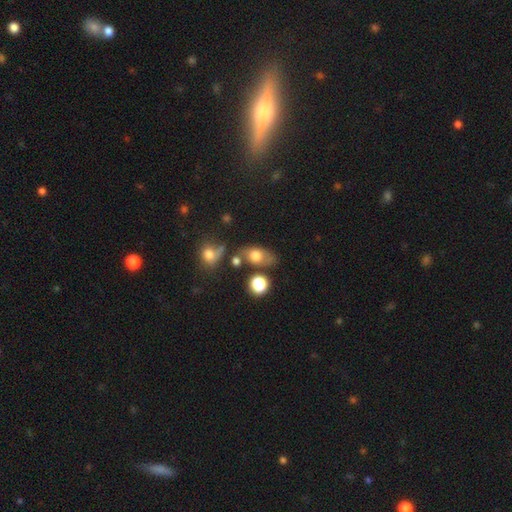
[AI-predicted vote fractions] smooth-or-featured: smooth: 66% | featured or disk: 23% | star or artifact: 11%
  how-rounded: in between: 80% | round: 16% | cigar-shaped: 4%
  merging: none: 59% | minor disturbance: 19% | merger: 14% | major disturbance: 8%